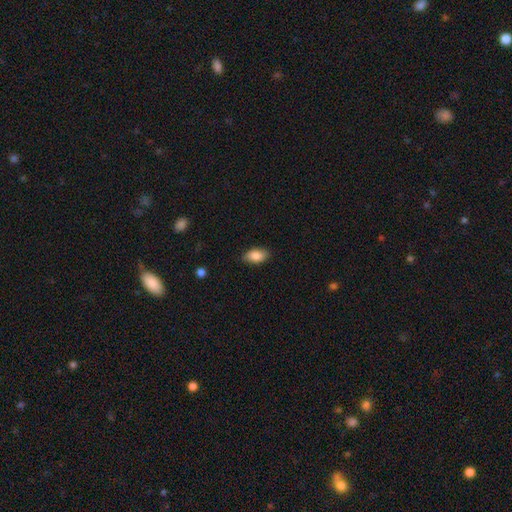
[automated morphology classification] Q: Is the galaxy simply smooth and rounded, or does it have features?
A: smooth — 87%.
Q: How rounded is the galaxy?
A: in between — 92%.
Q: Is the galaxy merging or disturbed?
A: none — 85%.